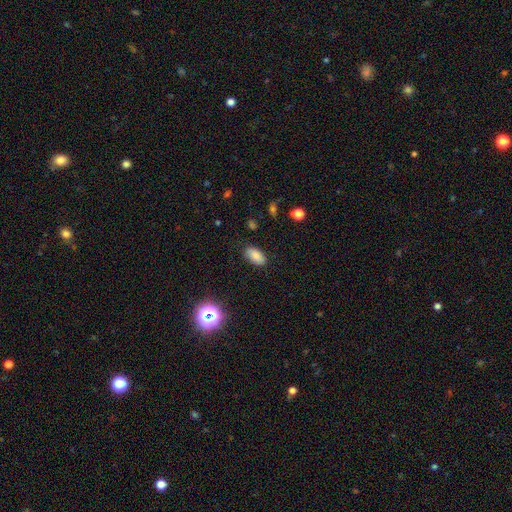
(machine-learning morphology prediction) This appears to be a smooth galaxy with no disk features (82%) that is in between round and cigar-shaped (93%). Merging: none (84%).